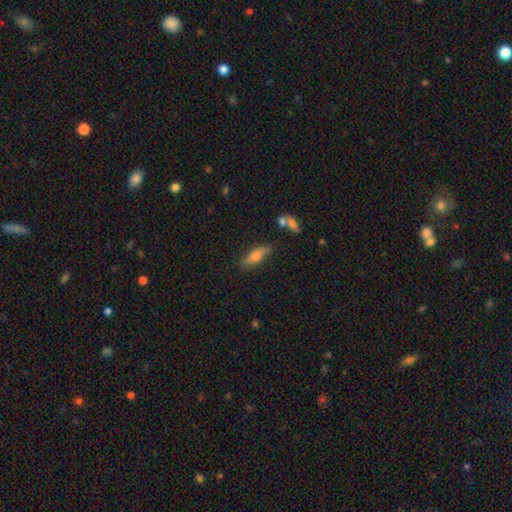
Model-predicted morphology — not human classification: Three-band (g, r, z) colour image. It shows a smooth galaxy with no disk features (61%) that is cigar-shaped (54%). Merging: none (78%).